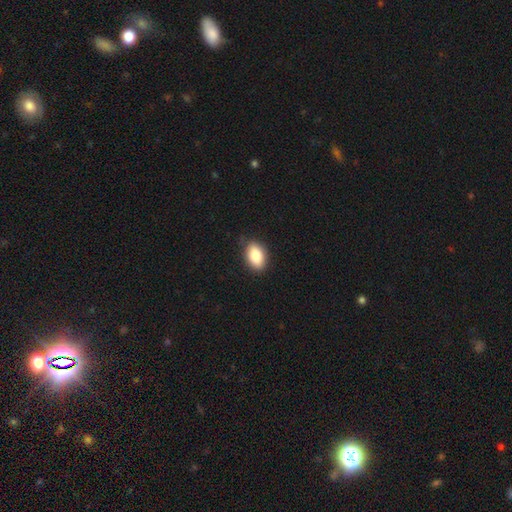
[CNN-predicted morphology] type=smooth (84%); roundness=in between (89%); merging=none (84%).